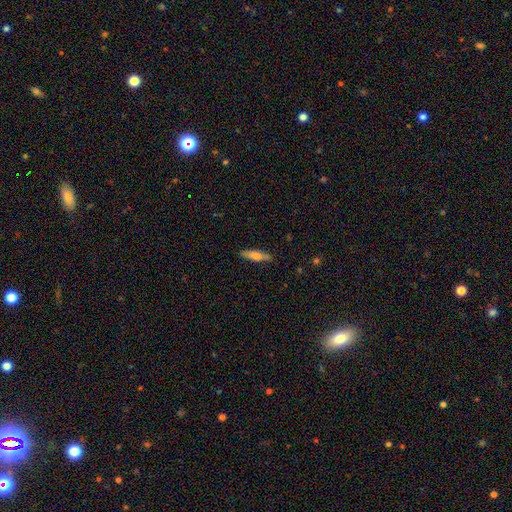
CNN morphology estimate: This is likely a smooth galaxy (70%). How rounded: likely cigar-shaped (61%). Merging: likely none (78%).